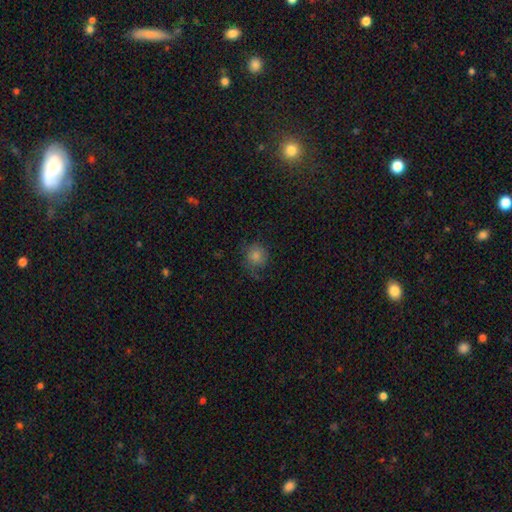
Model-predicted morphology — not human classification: Smooth or featured? Predicted: smooth (p=0.71). How rounded? Predicted: round (p=0.89). Merging? Predicted: none (p=0.74).